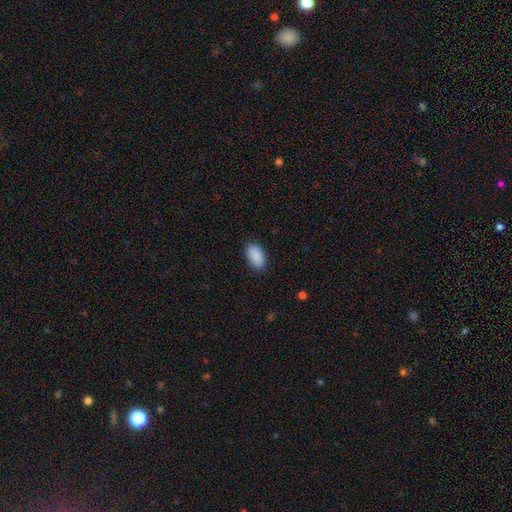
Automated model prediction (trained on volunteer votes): Overall: smooth (91%). How rounded: in between (95%). Merging: none (87%).